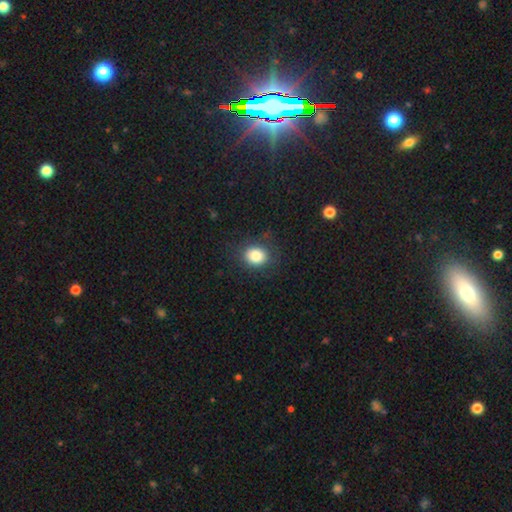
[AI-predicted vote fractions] Smooth or featured: smooth — 84% (star or artifact — 10%)
How rounded: round — 61% (in between — 38%)
Merging: none — 83% (minor disturbance — 11%)